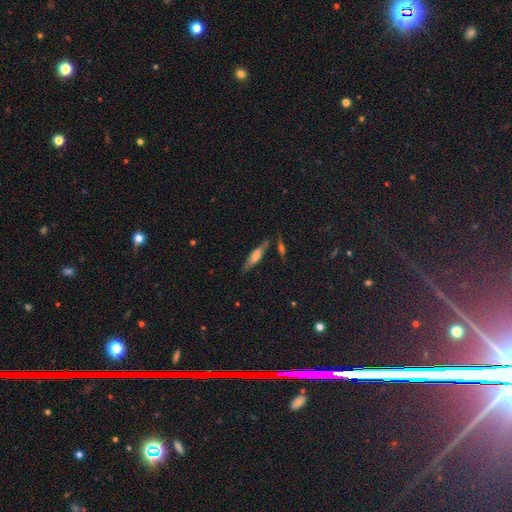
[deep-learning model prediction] Smooth or featured? Predicted: smooth (p=0.50). How rounded? Predicted: cigar-shaped (p=0.74). Merging? Predicted: none (p=0.74).